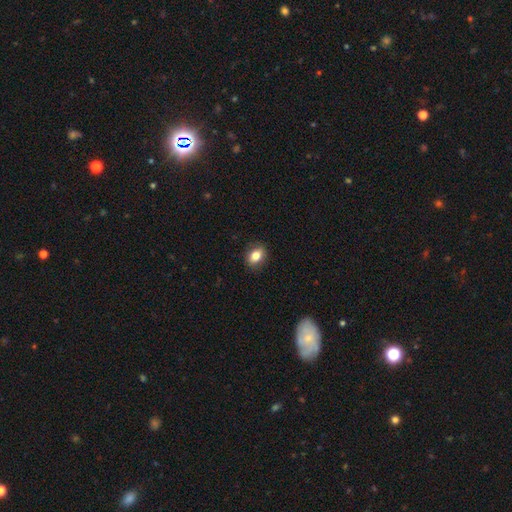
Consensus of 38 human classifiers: Smooth or featured: smooth — 82% (featured or disk — 11%)
How rounded: in between — 84% (round — 16%)
Merging: none — 89% (minor disturbance — 9%)